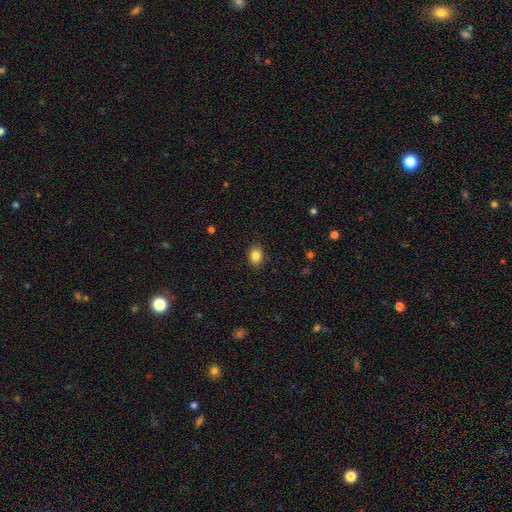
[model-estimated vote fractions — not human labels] The model was most divided on "how rounded": in between: 52%, round: 47%, cigar-shaped: 1%. More confident: merging — none (89%); smooth or featured — smooth (85%).